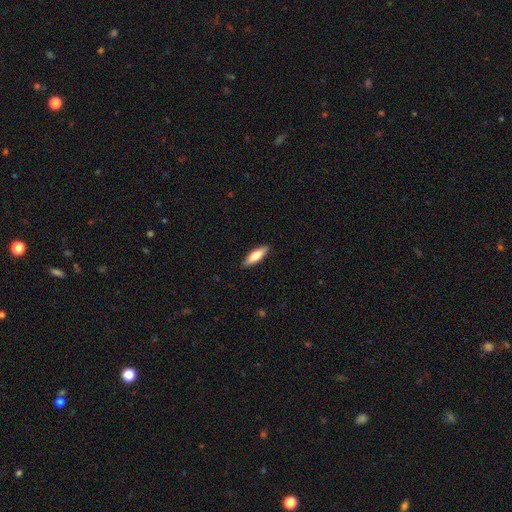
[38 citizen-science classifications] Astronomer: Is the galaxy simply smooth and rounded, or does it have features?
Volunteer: smooth — 58% (runner-up: featured or disk, 34%).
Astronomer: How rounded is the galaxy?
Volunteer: cigar-shaped — 64%.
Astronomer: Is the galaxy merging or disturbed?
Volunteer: none — 91%.